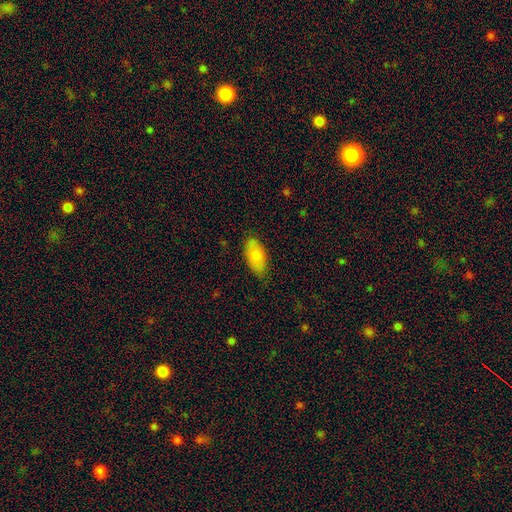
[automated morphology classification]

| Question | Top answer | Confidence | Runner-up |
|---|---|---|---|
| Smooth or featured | smooth | 77% | featured or disk (16%) |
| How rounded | in between | 92% | cigar-shaped (5%) |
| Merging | none | 80% | minor disturbance (16%) |